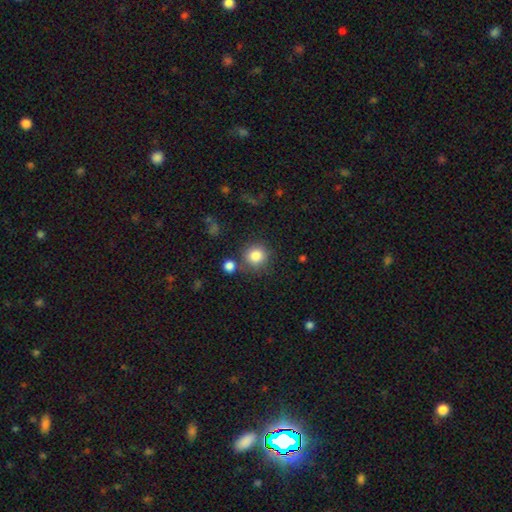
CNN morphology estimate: Smooth or featured? smooth (84%)
How rounded? round (91%)
Merging? none (77%)